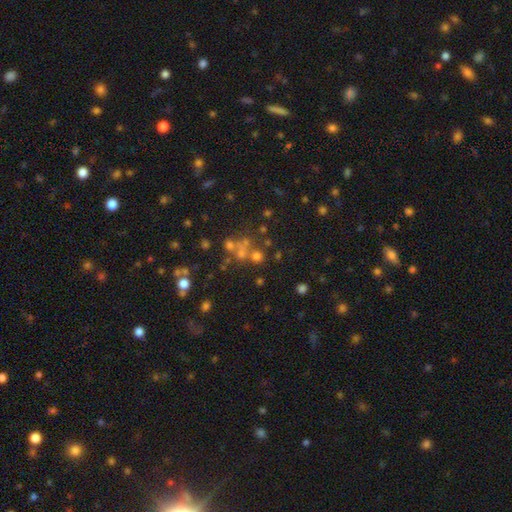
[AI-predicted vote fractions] smooth 40%, star or artifact 39%, featured or disk 20%. Down the decision tree: merging — none (56%).